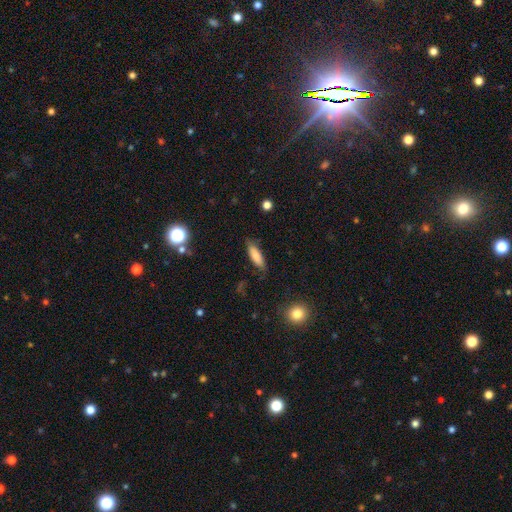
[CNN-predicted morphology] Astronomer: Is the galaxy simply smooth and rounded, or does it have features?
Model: smooth — 79%.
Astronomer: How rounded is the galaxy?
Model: cigar-shaped — 54% (runner-up: in between, 44%).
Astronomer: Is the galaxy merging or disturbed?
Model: none — 79%.